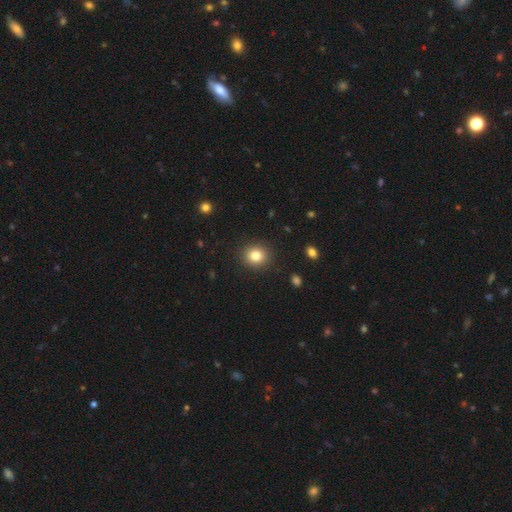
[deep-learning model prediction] This appears to be a smooth galaxy with no disk features (82%) that is round (84%). Merging: none (90%).